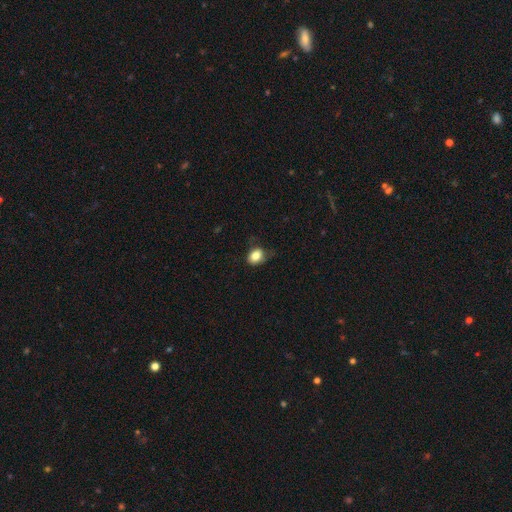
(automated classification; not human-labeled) The model was most divided on "how rounded": in between: 54%, round: 45%, cigar-shaped: 1%. More confident: smooth or featured — smooth (83%); merging — none (62%).